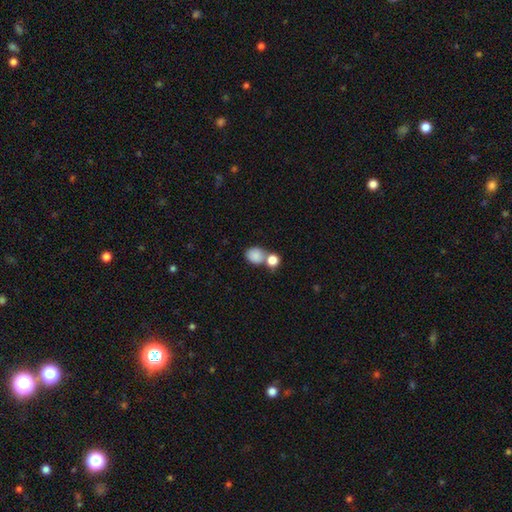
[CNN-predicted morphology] smooth 84%, star or artifact 9%, featured or disk 6%. Down the decision tree: how rounded — round (64%); merging — none (47%).